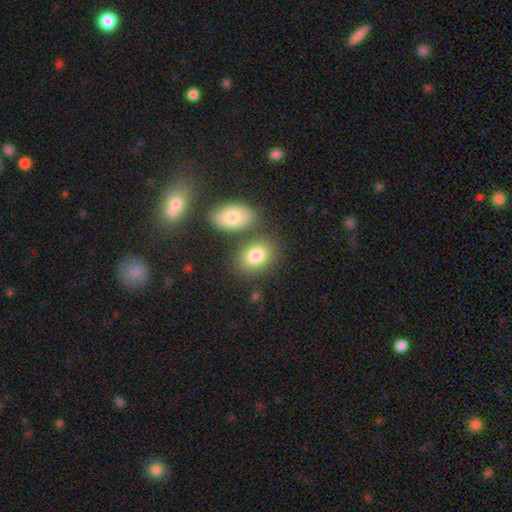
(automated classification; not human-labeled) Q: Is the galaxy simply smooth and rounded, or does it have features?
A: smooth — 82%.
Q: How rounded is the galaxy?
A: in between — 71%.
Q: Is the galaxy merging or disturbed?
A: none — 66%.